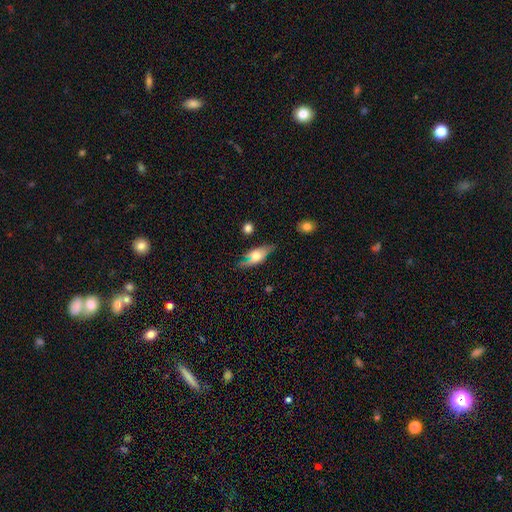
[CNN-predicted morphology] Overall: featured or disk (50%; smooth 42%). Merging: none (69%).